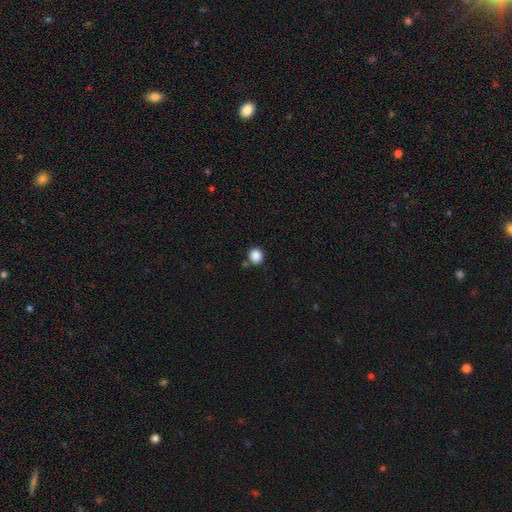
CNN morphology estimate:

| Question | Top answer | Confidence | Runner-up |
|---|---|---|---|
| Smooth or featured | smooth | 88% | star or artifact (10%) |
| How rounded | round | 88% | in between (11%) |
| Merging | none | 80% | minor disturbance (9%) |